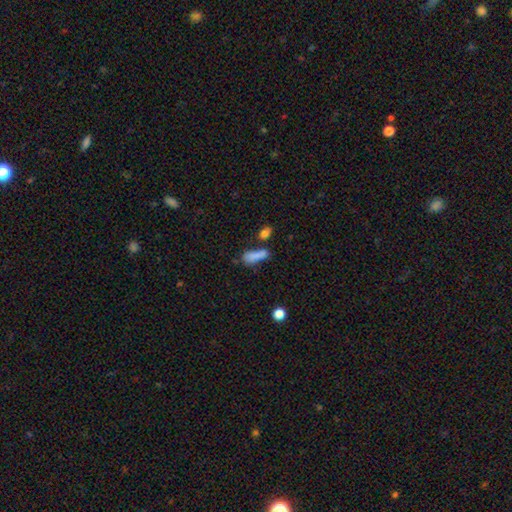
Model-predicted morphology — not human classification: Smooth or featured: smooth — 78% (featured or disk — 11%)
How rounded: in between — 50% (cigar-shaped — 46%)
Merging: none — 42% (merger — 26%)